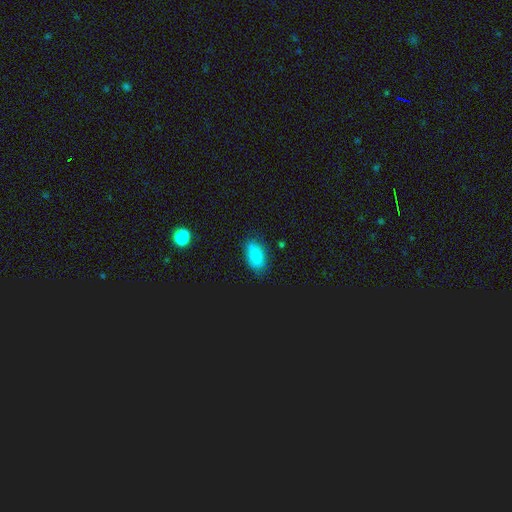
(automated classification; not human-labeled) Smooth or featured?
  - smooth: 82% *
  - star or artifact: 12%
  - featured or disk: 7%
How rounded?
  - in between: 91% *
  - round: 5%
  - cigar-shaped: 4%
Merging?
  - none: 74% *
  - minor disturbance: 19%
  - major disturbance: 5%
  - merger: 2%